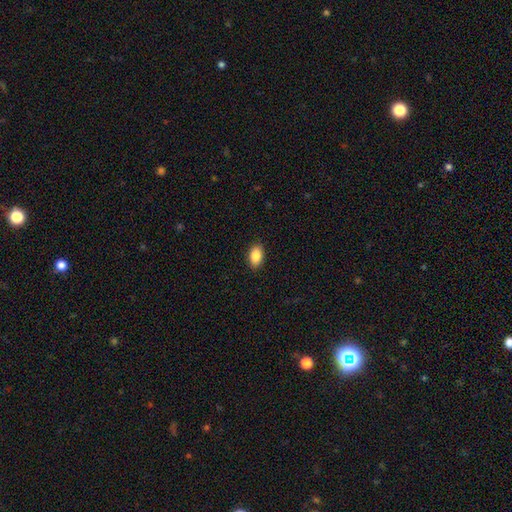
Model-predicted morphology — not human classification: Smooth or featured? Predicted: smooth (p=0.88). How rounded? Predicted: in between (p=0.93). Merging? Predicted: none (p=0.90).